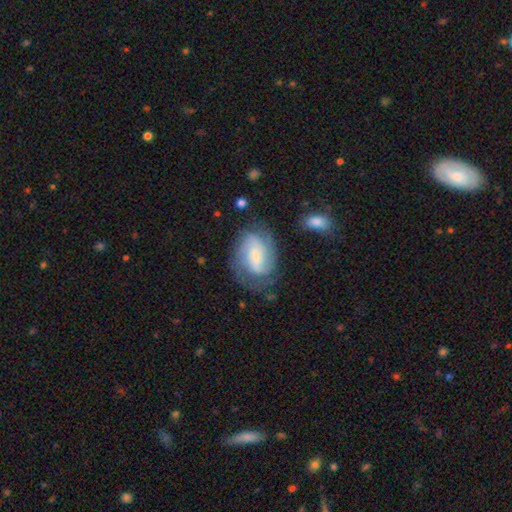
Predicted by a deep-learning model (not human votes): Smooth or featured? Predicted: featured or disk (p=0.69). Edge-on disk? Predicted: no (p=0.97). Bar? Predicted: weak (p=0.50). Spiral arms? Predicted: yes (p=0.90). Spiral winding? Predicted: tight (p=0.42, tied with medium). Spiral arm count? Predicted: 2 (p=0.52). Bulge size? Predicted: small (p=0.57). Merging? Predicted: none (p=0.63).